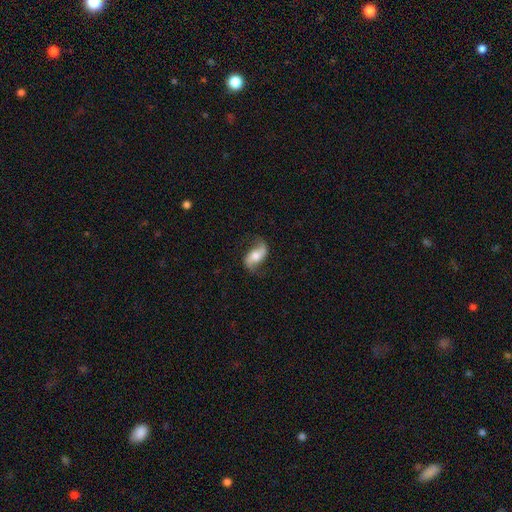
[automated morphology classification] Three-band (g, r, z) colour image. It shows a featured or disk galaxy (70%) with no bar (38%), 2 (90%) loose (76%) spiral arms (92%) and a moderate central bulge (54%). Merging: none (73%).